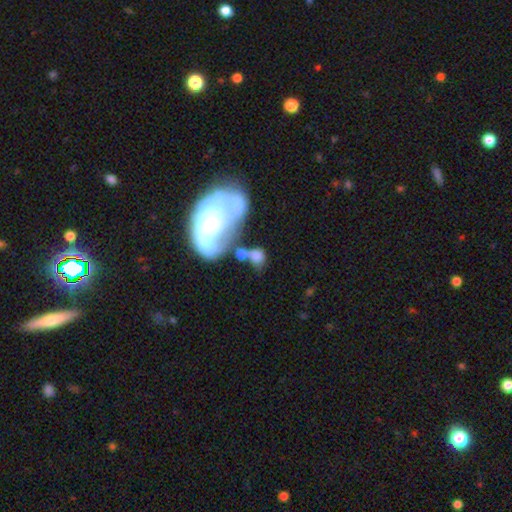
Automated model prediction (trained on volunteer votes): smooth 52%, featured or disk 36%, star or artifact 12%. Down the decision tree: how rounded — in between (56%); merging — merger (46%).